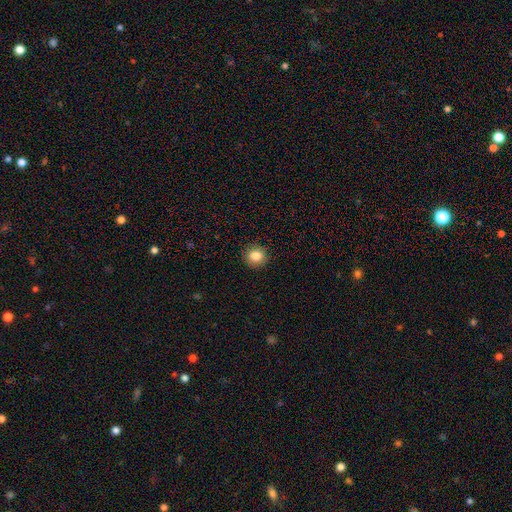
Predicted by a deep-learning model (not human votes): Smooth or featured? Predicted: smooth (p=0.84). How rounded? Predicted: round (p=0.87). Merging? Predicted: none (p=0.91).